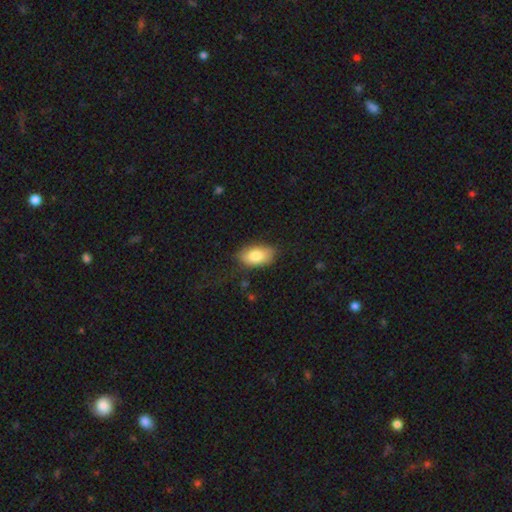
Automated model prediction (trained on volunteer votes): Smooth or featured: smooth — 83% (featured or disk — 10%)
How rounded: in between — 93% (round — 5%)
Merging: none — 73% (minor disturbance — 20%)